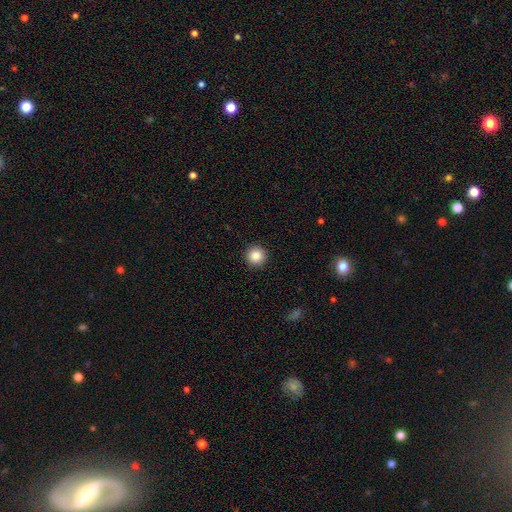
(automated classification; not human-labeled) Smooth or featured?
  - smooth: 86% *
  - star or artifact: 10%
  - featured or disk: 4%
How rounded?
  - round: 96% *
  - in between: 3%
  - cigar-shaped: 1%
Merging?
  - none: 93% *
  - minor disturbance: 4%
  - major disturbance: 2%
  - merger: 1%